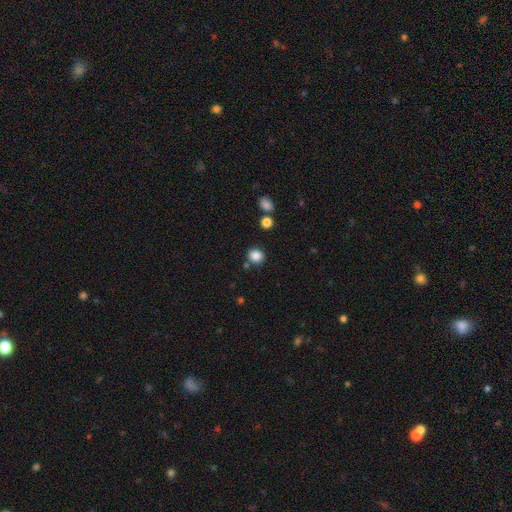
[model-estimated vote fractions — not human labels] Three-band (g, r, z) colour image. It shows a smooth galaxy with no disk features (85%) that is round (83%). Merging: none (81%).